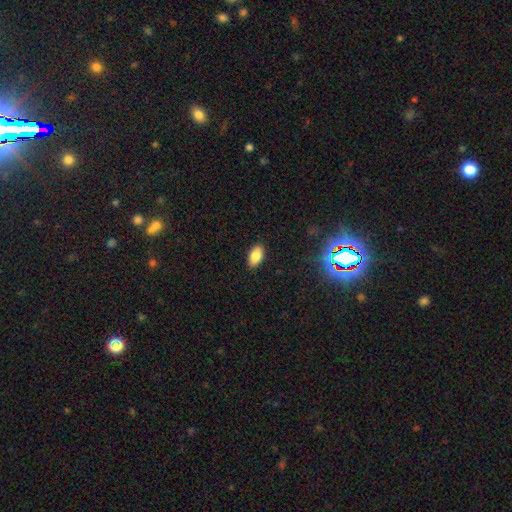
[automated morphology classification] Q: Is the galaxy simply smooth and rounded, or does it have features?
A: smooth — 83%.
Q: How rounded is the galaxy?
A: in between — 93%.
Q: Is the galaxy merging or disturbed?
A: none — 89%.